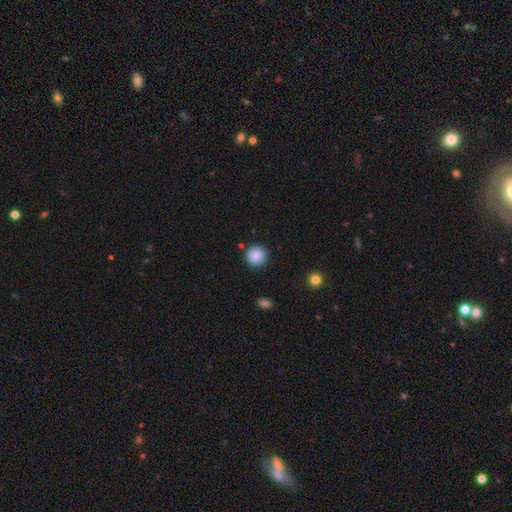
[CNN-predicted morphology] smooth 88%, star or artifact 9%, featured or disk 3%. Down the decision tree: how rounded — round (95%); merging — none (90%).